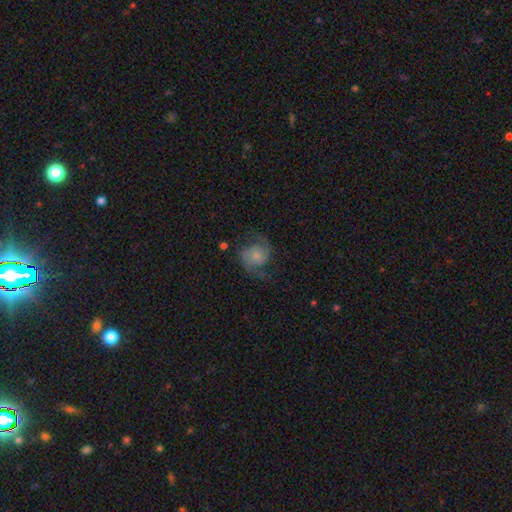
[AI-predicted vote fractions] Smooth or featured? featured or disk (79%)
Edge-on disk? no (98%)
Bar? no (66%)
Spiral arms? yes (96%)
Spiral winding? medium (50%)
Spiral arm count? 2 (93%)
Bulge size? small (45%)
Merging? none (71%)